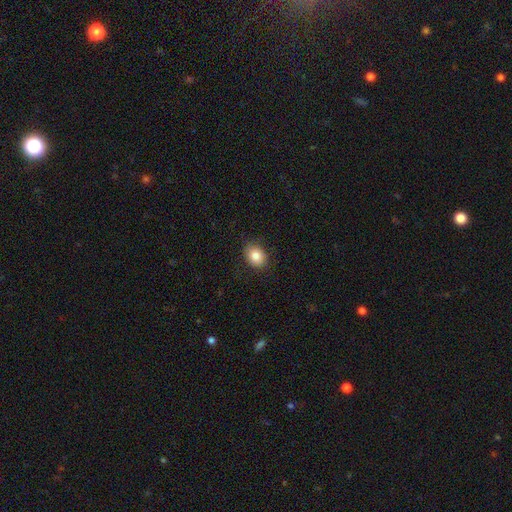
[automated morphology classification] Smooth or featured? smooth (85%)
How rounded? in between (57%)
Merging? none (85%)